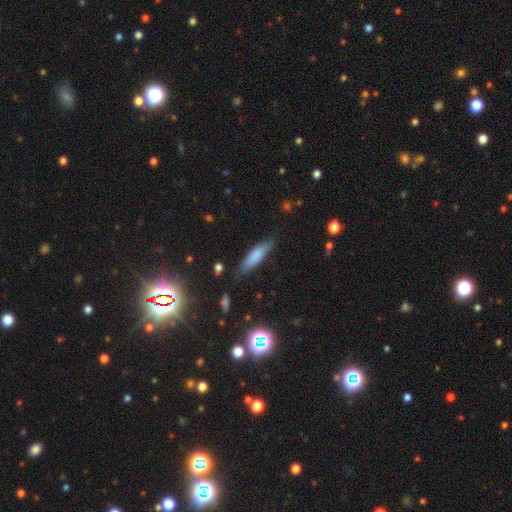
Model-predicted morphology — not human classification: Smooth or featured? Predicted: smooth (p=0.78). How rounded? Predicted: cigar-shaped (p=0.70). Merging? Predicted: none (p=0.79).